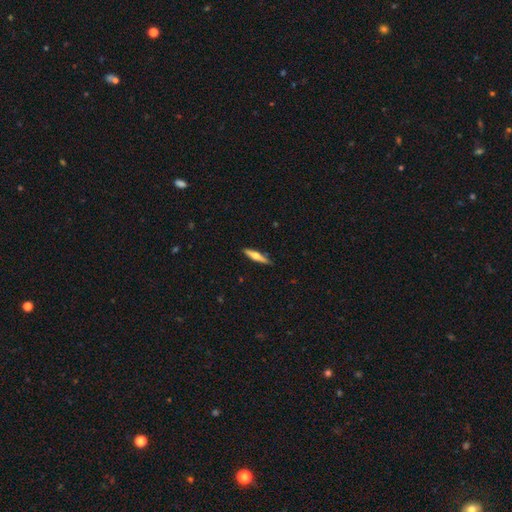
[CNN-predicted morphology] Smooth or featured: featured or disk — 53% (smooth — 42%)
Edge-on disk: yes — 95% (no — 5%)
Edge-on bulge: rounded — 90% (none — 5%)
Merging: none — 88% (minor disturbance — 9%)